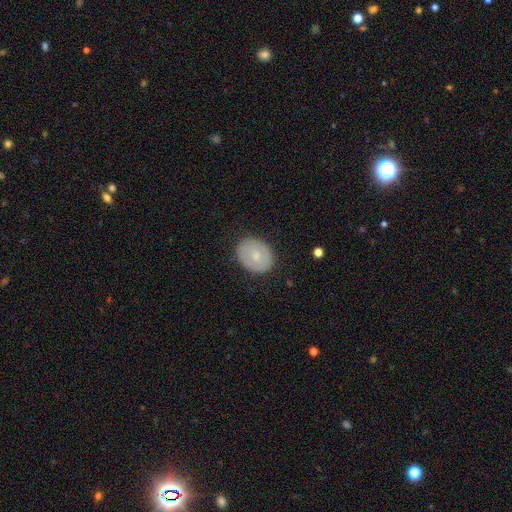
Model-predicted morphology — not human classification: The model was most divided on "how rounded": in between: 53%, round: 46%, cigar-shaped: 1%. More confident: merging — none (85%); smooth or featured — smooth (68%).